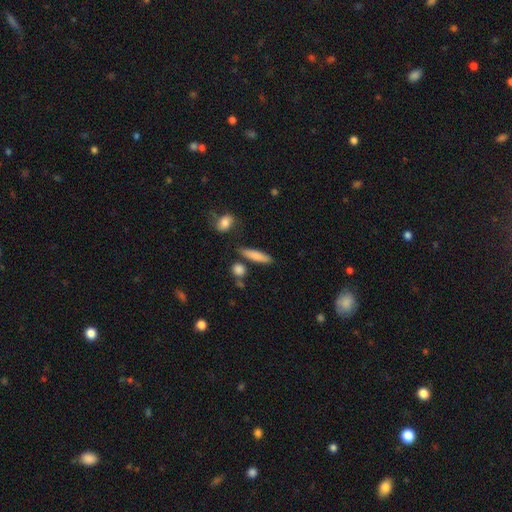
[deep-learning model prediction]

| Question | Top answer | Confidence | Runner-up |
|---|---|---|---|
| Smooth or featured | smooth | 80% | featured or disk (13%) |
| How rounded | cigar-shaped | 72% | in between (24%) |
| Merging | none | 78% | minor disturbance (12%) |